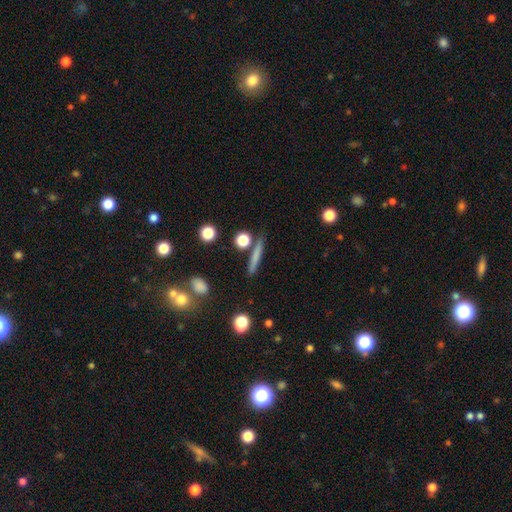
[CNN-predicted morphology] Overall: smooth (67%). How rounded: cigar-shaped (88%). Merging: none (82%).